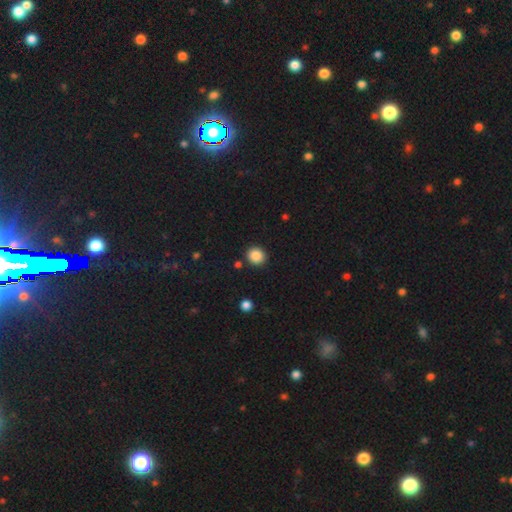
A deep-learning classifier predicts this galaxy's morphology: smooth 87%, star or artifact 9%, featured or disk 3%. Down the decision tree: how rounded — round (84%); merging — none (89%).